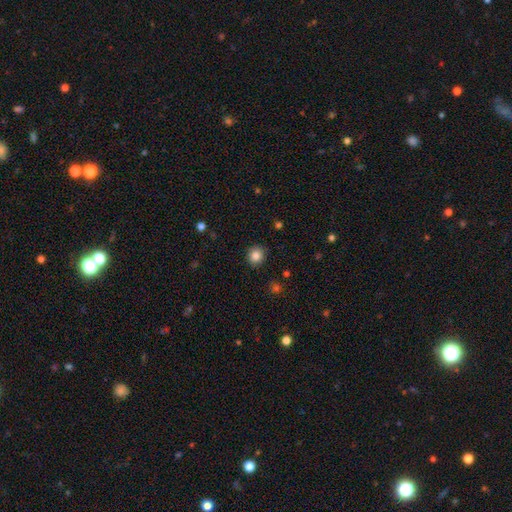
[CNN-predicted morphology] smooth_or_featured: smooth (p=0.85) [alt: star or artifact p=0.10]
how_rounded: round (p=0.89) [alt: in between p=0.10]
merging: none (p=0.90) [alt: minor disturbance p=0.06]